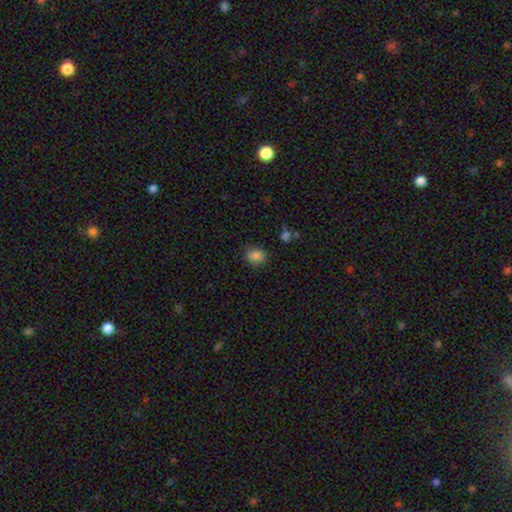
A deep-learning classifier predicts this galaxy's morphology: smooth-or-featured: smooth: 85% | star or artifact: 11% | featured or disk: 4%
  how-rounded: round: 62% | in between: 38% | cigar-shaped: 1%
  merging: none: 81% | minor disturbance: 13% | major disturbance: 3% | merger: 2%